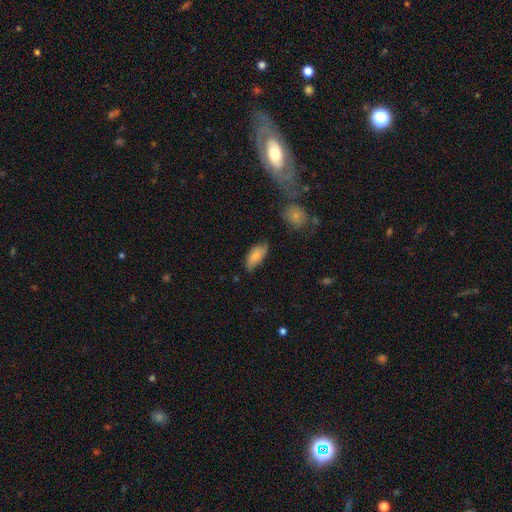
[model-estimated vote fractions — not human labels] Smooth or featured?
  - smooth: 78% *
  - featured or disk: 15%
  - star or artifact: 7%
How rounded?
  - in between: 89% *
  - cigar-shaped: 9%
  - round: 3%
Merging?
  - none: 64% *
  - minor disturbance: 28%
  - major disturbance: 5%
  - merger: 2%